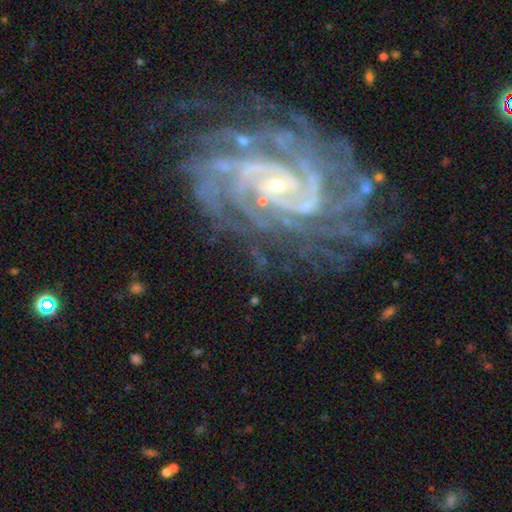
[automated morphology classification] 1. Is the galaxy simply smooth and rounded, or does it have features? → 91% featured or disk, 6% star or artifact, 3% smooth.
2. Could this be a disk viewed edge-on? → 97% no, 3% yes.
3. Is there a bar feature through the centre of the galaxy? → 55% no, 31% weak, 15% strong.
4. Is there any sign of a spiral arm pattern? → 98% yes, 2% no.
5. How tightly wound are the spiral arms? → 72% tight, 25% medium, 4% loose.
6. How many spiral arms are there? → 20% 4, 19% more than 4, 19% 2, 17% can't tell, 15% 3, 9% 1.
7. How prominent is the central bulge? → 83% small, 12% moderate, 3% none, 1% large, 1% dominant.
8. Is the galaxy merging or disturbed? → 70% none, 17% minor disturbance, 10% major disturbance, 3% merger.